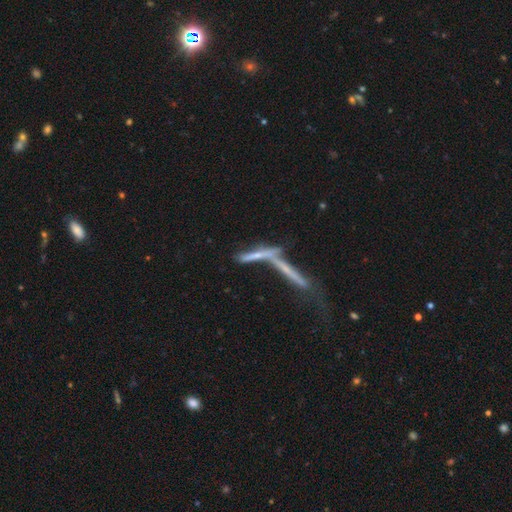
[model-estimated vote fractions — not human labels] Smooth or featured: featured or disk — 50% (smooth — 39%)
Merging: none — 42% (merger — 39%)